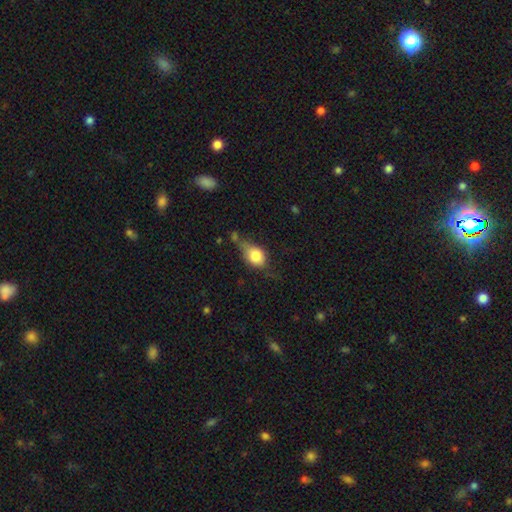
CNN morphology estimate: Q: Smooth or featured?
A: smooth (74%); runner-up: featured or disk (17%)
Q: How rounded?
A: in between (62%); runner-up: round (35%)
Q: Merging?
A: none (37%); runner-up: minor disturbance (35%)